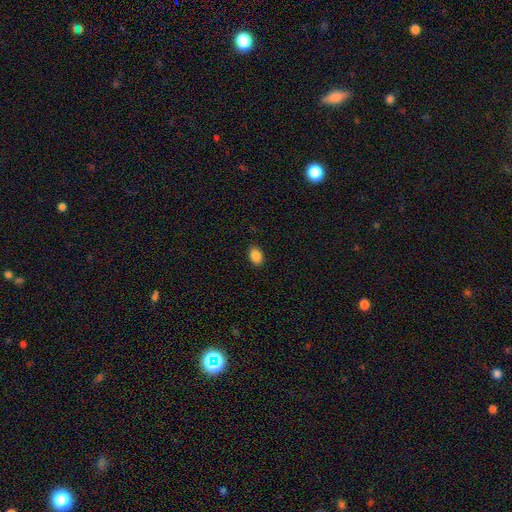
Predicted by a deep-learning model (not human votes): This is clearly a smooth galaxy (88%). How rounded: likely in between (79%). Merging: clearly none (90%).